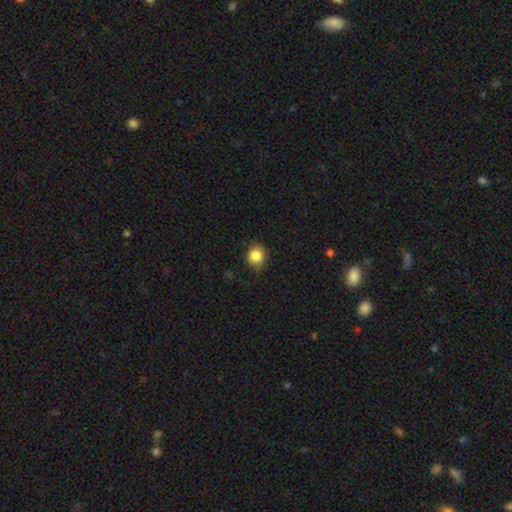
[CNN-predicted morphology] smooth 85%, star or artifact 10%, featured or disk 5%. Down the decision tree: how rounded — round (81%); merging — none (77%).